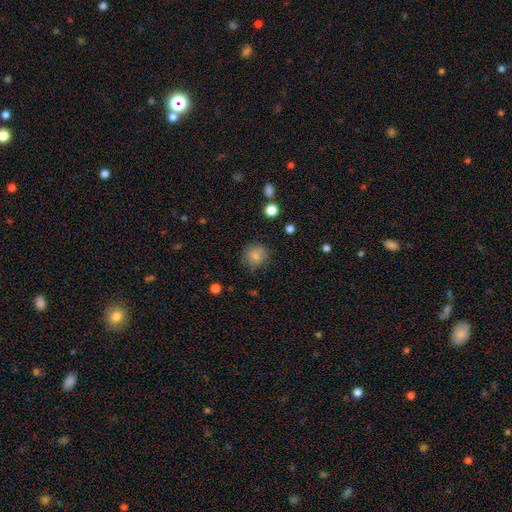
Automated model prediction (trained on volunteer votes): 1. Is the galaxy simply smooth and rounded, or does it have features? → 80% smooth, 10% star or artifact, 9% featured or disk.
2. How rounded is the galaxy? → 86% round, 13% in between, 1% cigar-shaped.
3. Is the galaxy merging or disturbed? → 78% none, 16% minor disturbance, 5% major disturbance, 2% merger.